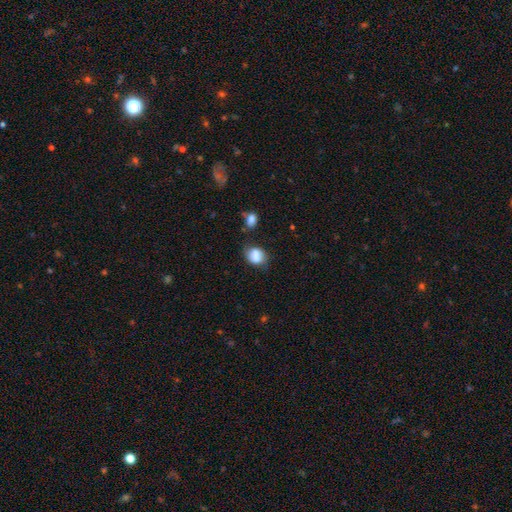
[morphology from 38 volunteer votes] Smooth or featured? 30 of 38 (79%) said smooth. How rounded? 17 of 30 (57%) said round. Merging? 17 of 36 (47%) said minor disturbance.